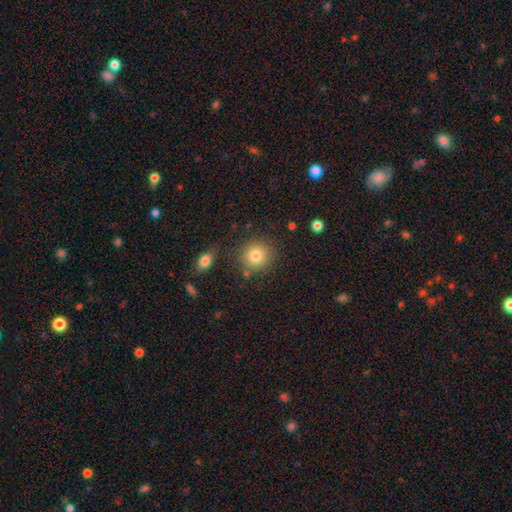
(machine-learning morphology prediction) smooth_or_featured: smooth (p=0.81) [alt: star or artifact p=0.11]
how_rounded: round (p=0.88) [alt: in between p=0.11]
merging: none (p=0.82) [alt: minor disturbance p=0.09]